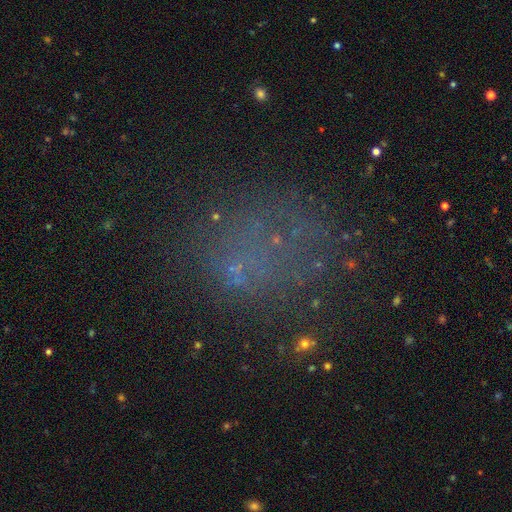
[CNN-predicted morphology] A star or artifact, not a galaxy (43%).

Vote fractions:
- Smooth or featured? star or artifact: 43% / smooth: 37% / featured or disk: 20%